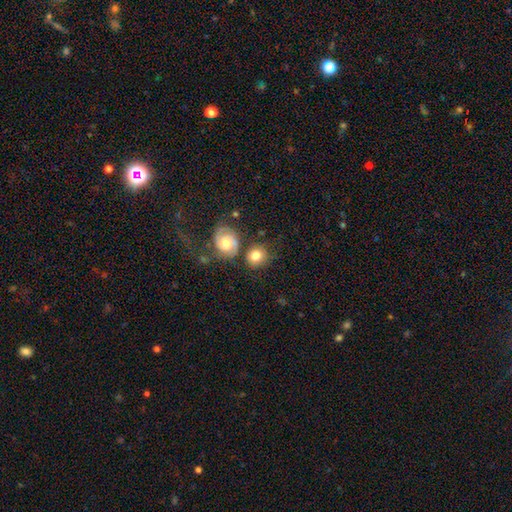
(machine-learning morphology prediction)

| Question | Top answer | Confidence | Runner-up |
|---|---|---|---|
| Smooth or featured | smooth | 73% | featured or disk (20%) |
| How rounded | round | 76% | in between (23%) |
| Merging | none | 60% | merger (18%) |